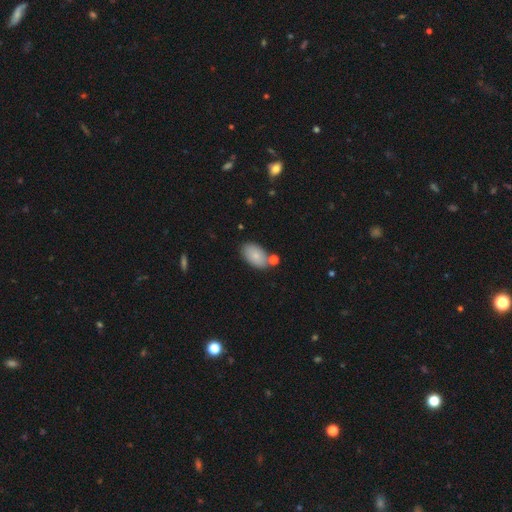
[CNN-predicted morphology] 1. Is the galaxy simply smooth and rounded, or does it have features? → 83% smooth, 10% featured or disk, 7% star or artifact.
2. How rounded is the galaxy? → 94% in between, 4% round, 2% cigar-shaped.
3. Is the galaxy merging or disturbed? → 73% none, 13% minor disturbance, 11% merger, 3% major disturbance.